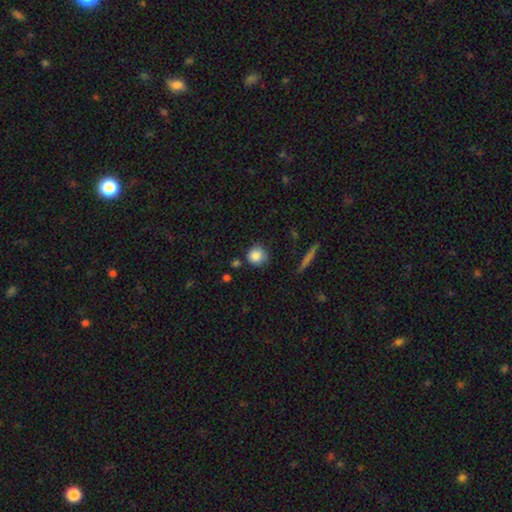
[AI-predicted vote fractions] smooth-or-featured: smooth: 86% | star or artifact: 9% | featured or disk: 6%
  how-rounded: round: 91% | in between: 8% | cigar-shaped: 1%
  merging: none: 75% | minor disturbance: 17% | merger: 4% | major disturbance: 4%